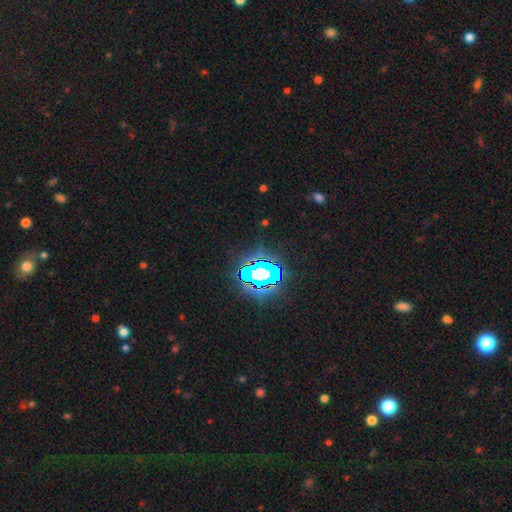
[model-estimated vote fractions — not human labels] Smooth or featured? Predicted: star or artifact (p=0.85).